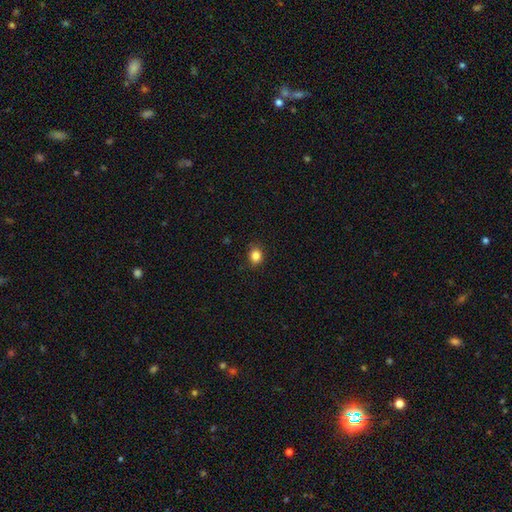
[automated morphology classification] A smooth galaxy with no disk features (84%) that is round (71%).

Vote fractions:
- Smooth or featured? smooth: 84% / star or artifact: 11% / featured or disk: 5%
- How rounded? round: 71% / in between: 28% / cigar-shaped: 1%
- Merging? none: 87% / minor disturbance: 10% / major disturbance: 2% / merger: 1%